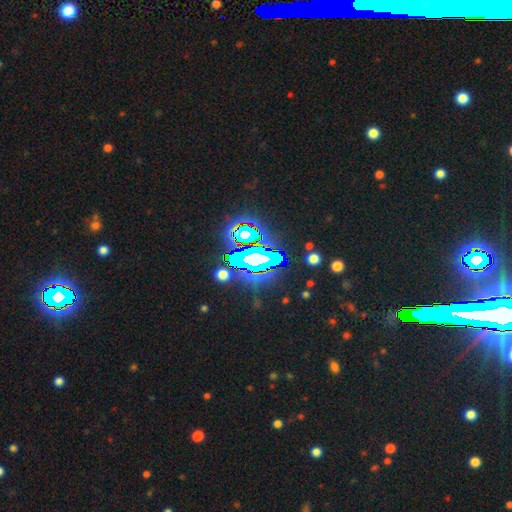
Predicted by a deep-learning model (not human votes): Q: Smooth or featured?
A: star or artifact (75%); runner-up: featured or disk (13%)